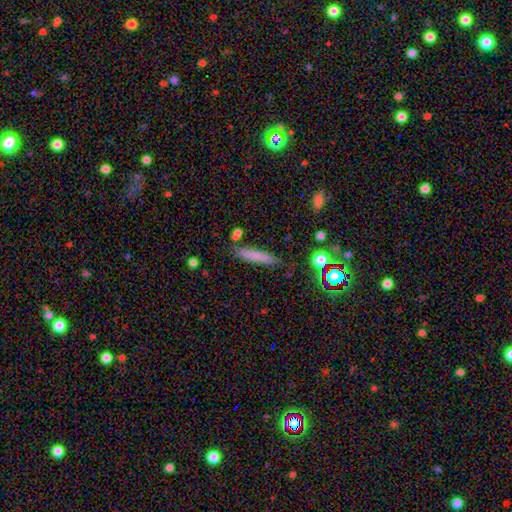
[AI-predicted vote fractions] Smooth or featured? smooth (73%)
How rounded? cigar-shaped (90%)
Merging? none (80%)